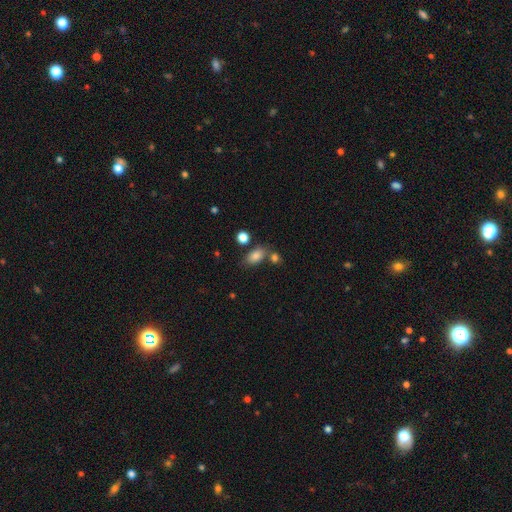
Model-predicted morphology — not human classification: type=smooth (83%); roundness=in between (87%); merging=none (65%).